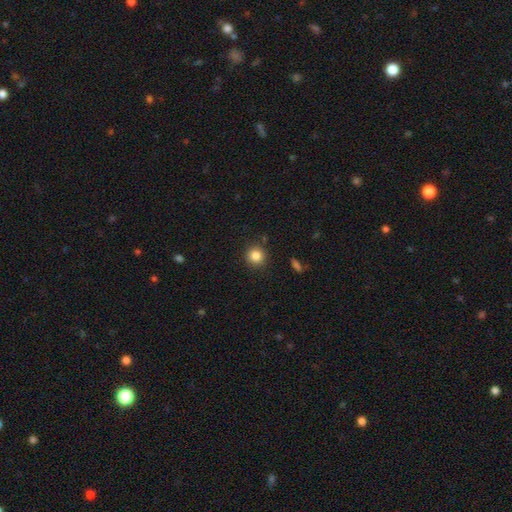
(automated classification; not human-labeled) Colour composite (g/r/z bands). It shows a smooth galaxy with no disk features (84%) that is round (92%). Merging: none (88%).